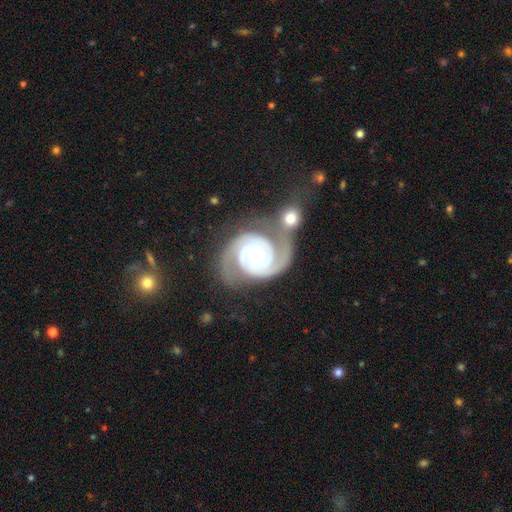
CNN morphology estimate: The model was most divided on "merging": none: 45%, merger: 30%, minor disturbance: 15%, major disturbance: 9%. More confident: spiral arms — yes (99%); edge-on disk — no (98%); smooth or featured — featured or disk (93%); spiral arm count — 2 (83%); spiral winding — tight (74%); bulge size — moderate (63%); bar — no (60%).